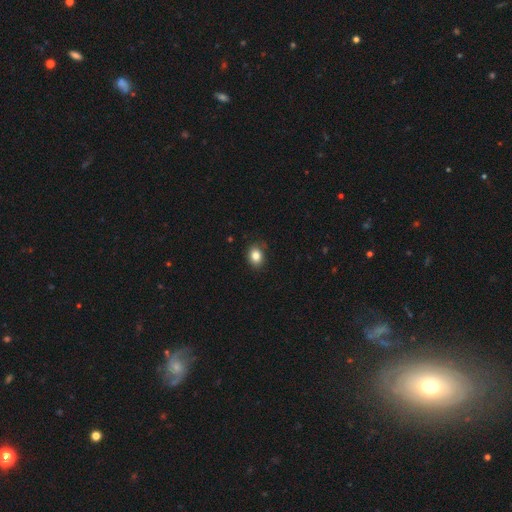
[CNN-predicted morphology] This is clearly a smooth galaxy (83%). How rounded: possibly in between (53%). Merging: clearly none (84%).